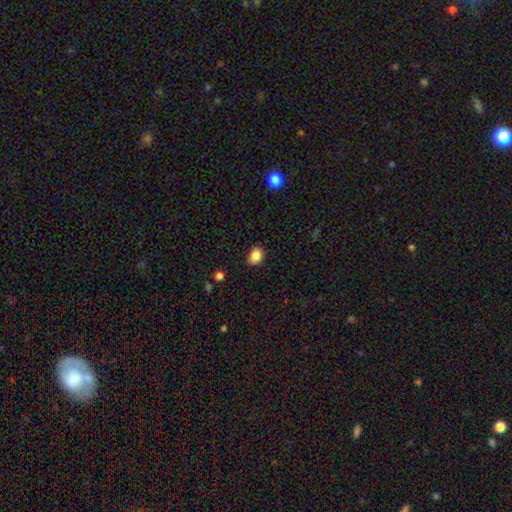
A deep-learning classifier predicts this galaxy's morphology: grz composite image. It shows a smooth galaxy with no disk features (87%) that is in between round and cigar-shaped (54%). Merging: none (89%).